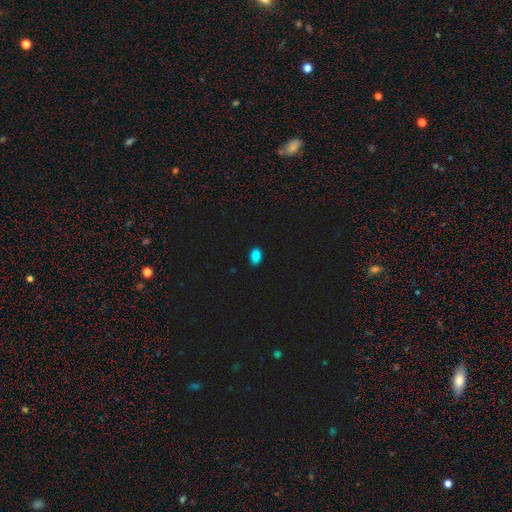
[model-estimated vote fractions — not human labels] This appears to be a smooth galaxy with no disk features (87%) that is in between round and cigar-shaped (84%). Merging: none (88%).